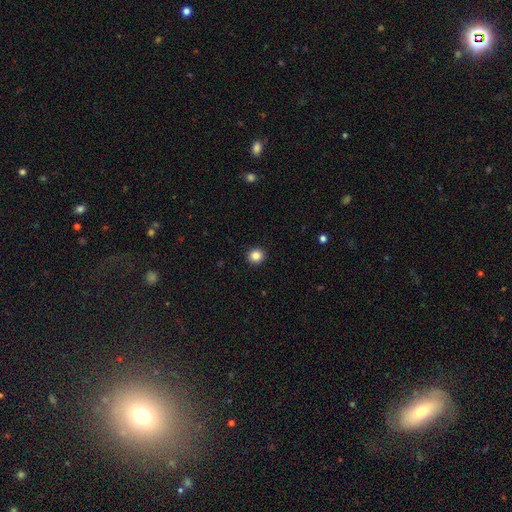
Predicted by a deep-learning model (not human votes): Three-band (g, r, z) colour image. It shows a smooth galaxy with no disk features (86%) that is round (92%). Merging: none (93%).